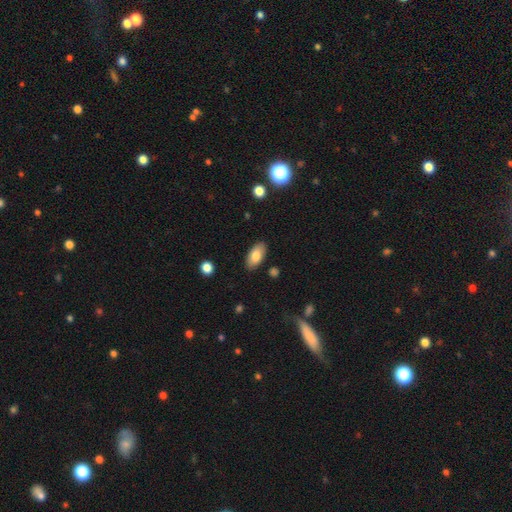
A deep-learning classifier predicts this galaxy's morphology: Smooth or featured? smooth (80%)
How rounded? in between (93%)
Merging? none (86%)